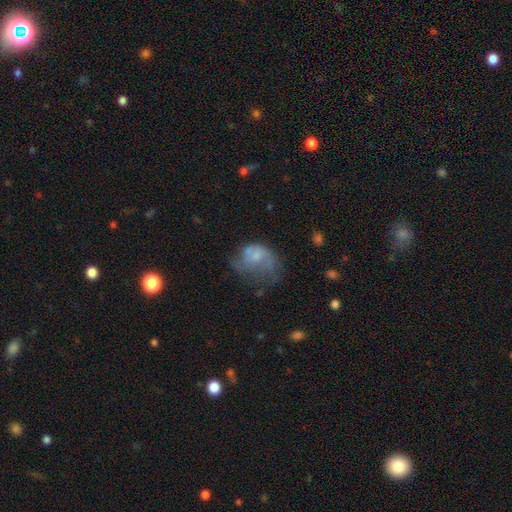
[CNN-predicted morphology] This is possibly a smooth galaxy (49%). Merging: possibly major disturbance (49%).